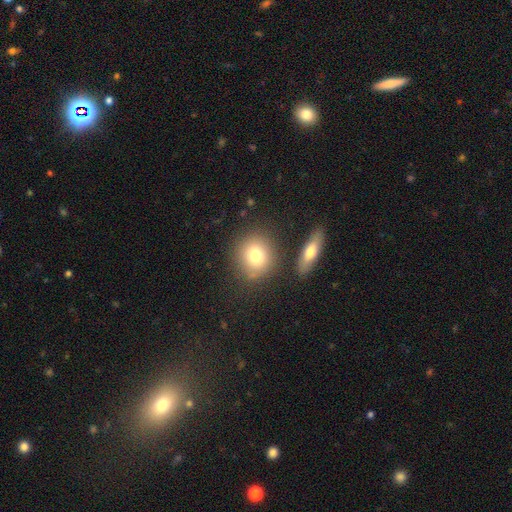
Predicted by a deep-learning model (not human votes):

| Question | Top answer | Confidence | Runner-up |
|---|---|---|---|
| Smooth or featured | smooth | 77% | featured or disk (14%) |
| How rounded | round | 78% | in between (20%) |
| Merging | none | 76% | minor disturbance (10%) |